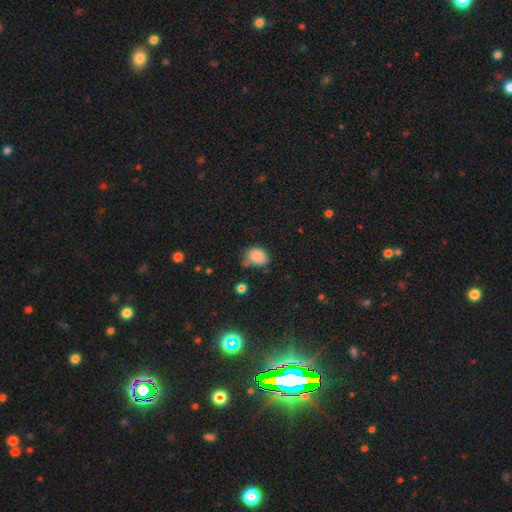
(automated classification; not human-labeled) This appears to be a smooth galaxy with no disk features (83%) that is in between round and cigar-shaped (60%). Merging: none (48%).